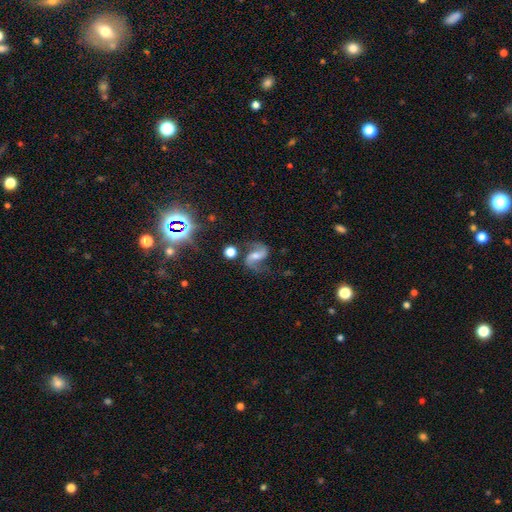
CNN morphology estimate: A featured or disk galaxy (82%) with a weak bar (41%), 2 (92%) loose (55%) spiral arms (96%) and a moderate central bulge (45%). Merging: none (69%).